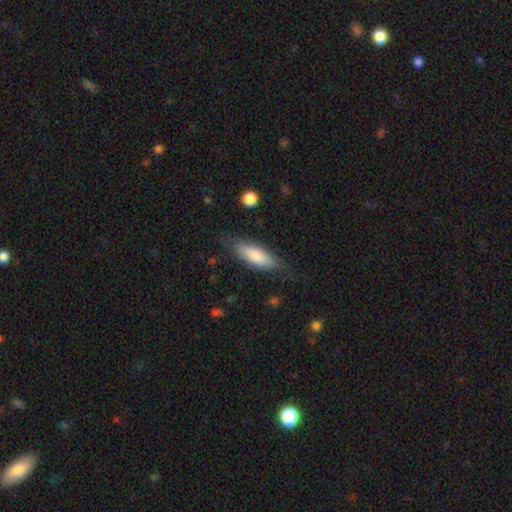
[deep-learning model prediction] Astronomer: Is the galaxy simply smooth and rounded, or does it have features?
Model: smooth — 78%.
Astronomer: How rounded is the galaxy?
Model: in between — 59% (runner-up: cigar-shaped, 39%).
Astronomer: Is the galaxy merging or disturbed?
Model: none — 74%.